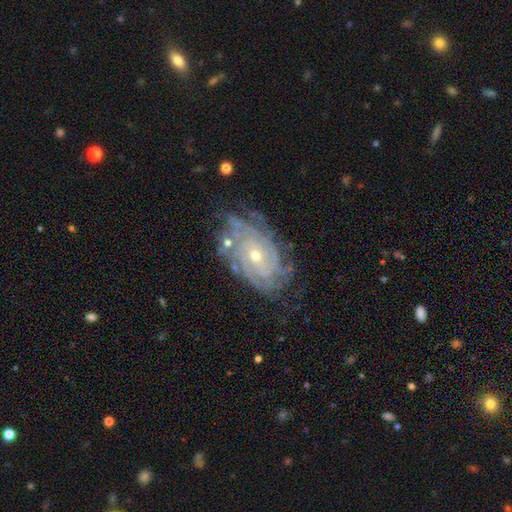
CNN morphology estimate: The model was most divided on "spiral arm count": can't tell: 33%, 4: 22%, more than 4: 15%, 3: 14%, 2: 10%, 1: 6%. More confident: spiral arms — yes (97%); edge-on disk — no (96%); smooth or featured — featured or disk (88%); spiral winding — tight (80%); bar — no (76%); merging — none (69%); bulge size — small (62%).